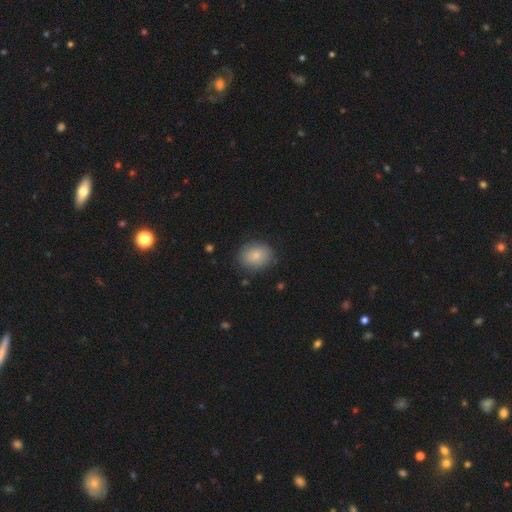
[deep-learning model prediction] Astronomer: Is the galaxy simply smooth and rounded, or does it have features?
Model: smooth — 83%.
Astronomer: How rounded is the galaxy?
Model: round — 52% (runner-up: in between, 47%).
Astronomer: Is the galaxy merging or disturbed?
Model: none — 84%.